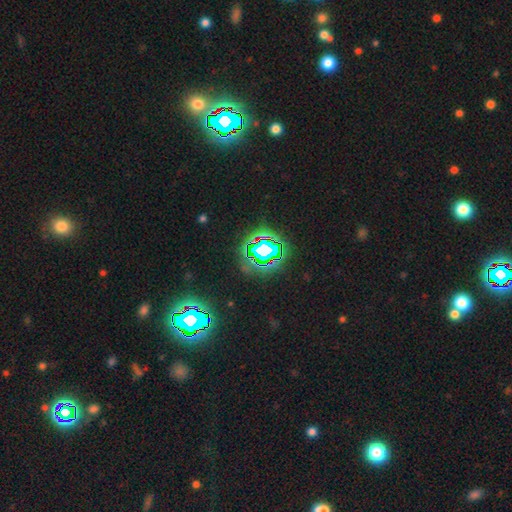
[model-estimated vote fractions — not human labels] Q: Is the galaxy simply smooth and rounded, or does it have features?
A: star or artifact — 82%.